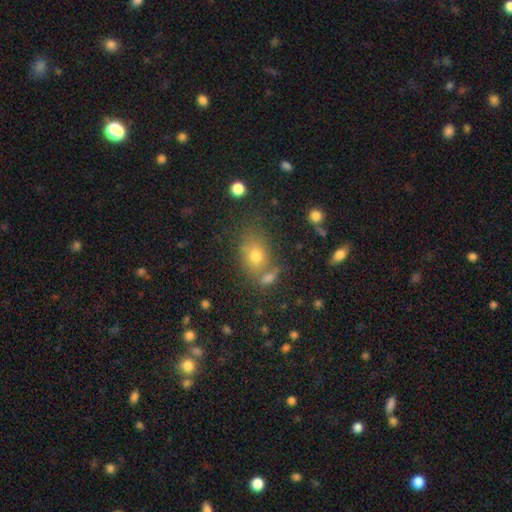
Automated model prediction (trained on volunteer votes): Smooth or featured?
  - smooth: 71% *
  - star or artifact: 16%
  - featured or disk: 13%
How rounded?
  - in between: 63% *
  - round: 35%
  - cigar-shaped: 2%
Merging?
  - none: 59% *
  - merger: 20%
  - minor disturbance: 15%
  - major disturbance: 6%